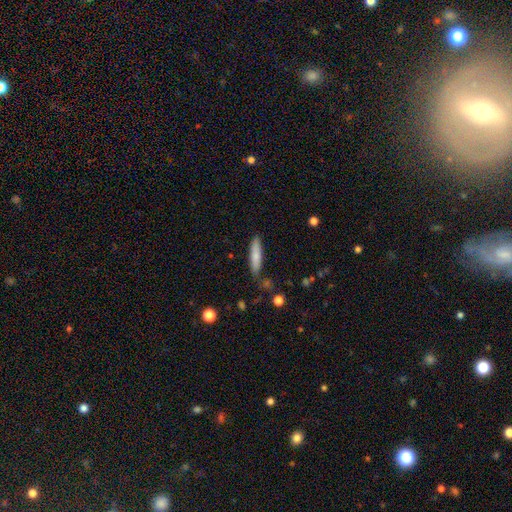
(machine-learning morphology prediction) The model was most divided on "smooth or featured": smooth: 75%, featured or disk: 20%, star or artifact: 6%. More confident: merging — none (82%); how rounded — cigar-shaped (81%).